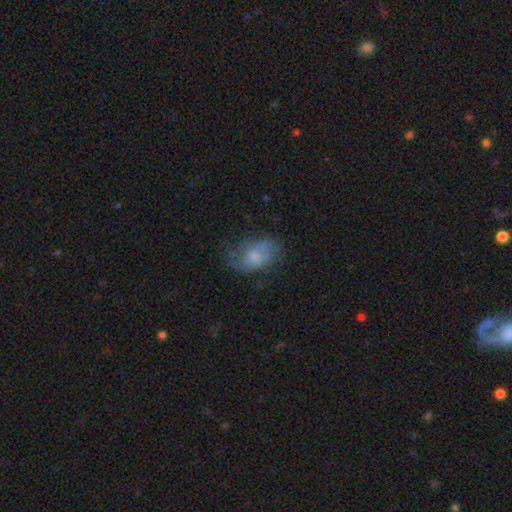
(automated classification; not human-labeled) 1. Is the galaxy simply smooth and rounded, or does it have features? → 46% smooth, 45% featured or disk, 9% star or artifact.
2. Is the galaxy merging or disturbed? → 56% none, 26% minor disturbance, 17% major disturbance, 2% merger.